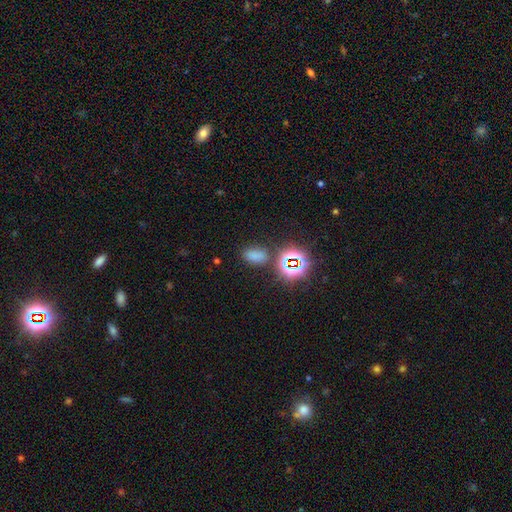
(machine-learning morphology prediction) Smooth or featured? Predicted: smooth (p=0.65). How rounded? Predicted: in between (p=0.85). Merging? Predicted: none (p=0.75).